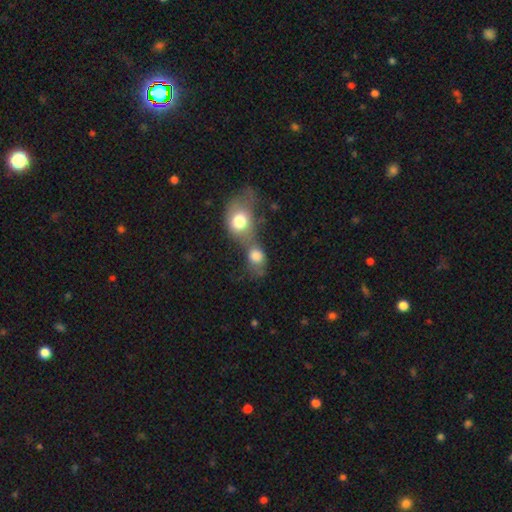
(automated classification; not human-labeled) smooth_or_featured: smooth (p=0.75) [alt: featured or disk p=0.15]
how_rounded: round (p=0.50) [alt: in between p=0.48]
merging: merger (p=0.73) [alt: none p=0.14]